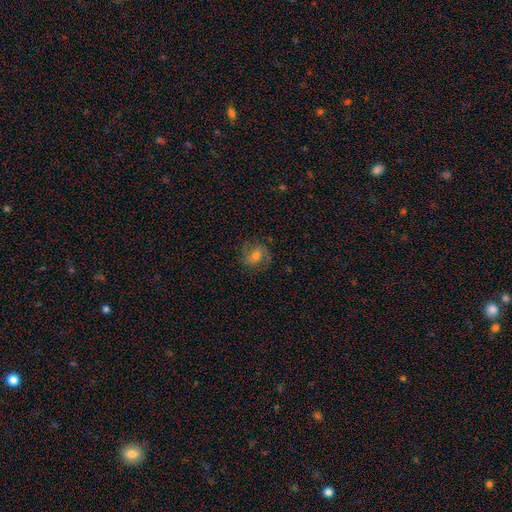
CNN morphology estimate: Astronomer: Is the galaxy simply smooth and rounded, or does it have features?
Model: featured or disk — 46% (runner-up: smooth, 44%).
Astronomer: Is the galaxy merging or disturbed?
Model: none — 74%.